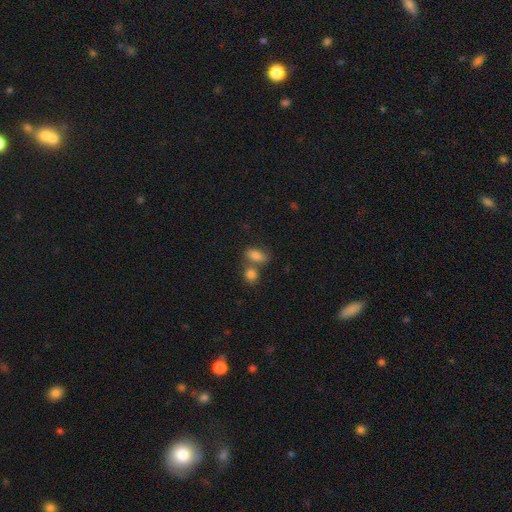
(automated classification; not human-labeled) smooth-or-featured: smooth: 80% | featured or disk: 10% | star or artifact: 10%
  how-rounded: in between: 84% | round: 13% | cigar-shaped: 4%
  merging: none: 45% | merger: 39% | minor disturbance: 12% | major disturbance: 4%